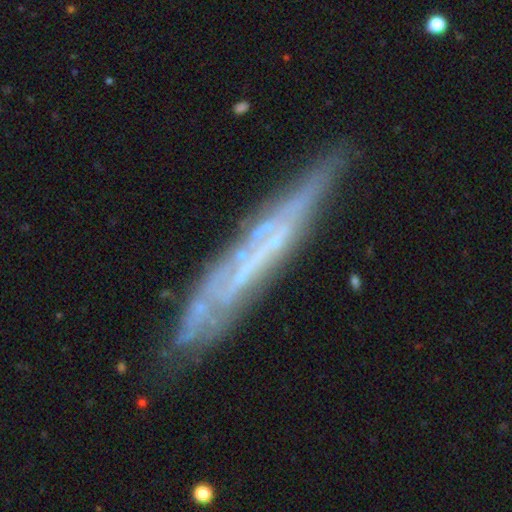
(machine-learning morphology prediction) The model was most divided on "smooth or featured": featured or disk: 70%, smooth: 21%, star or artifact: 9%. More confident: edge-on bulge — none (83%); merging — none (78%); edge-on disk — yes (74%).